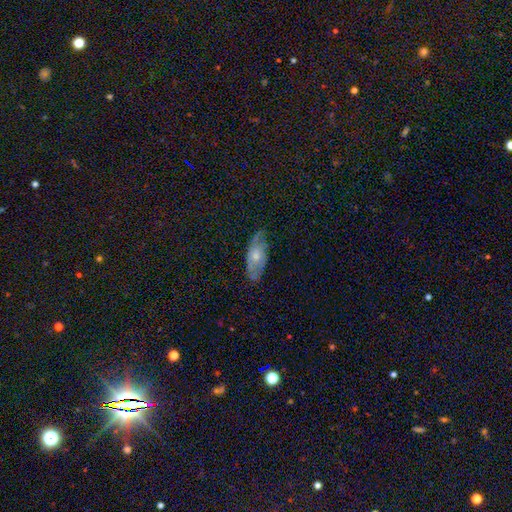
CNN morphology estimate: Q: Smooth or featured?
A: featured or disk (56%); runner-up: smooth (35%)
Q: Edge-on disk?
A: no (79%); runner-up: yes (21%)
Q: Merging?
A: none (69%); runner-up: minor disturbance (23%)